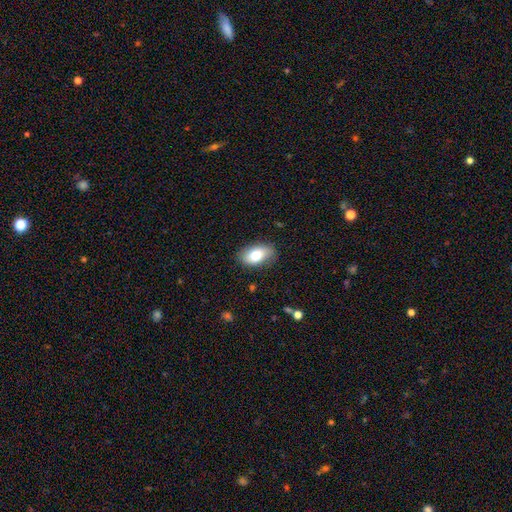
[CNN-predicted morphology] The model was most divided on "smooth or featured": smooth: 76%, featured or disk: 17%, star or artifact: 7%. More confident: how rounded — in between (91%); merging — none (83%).